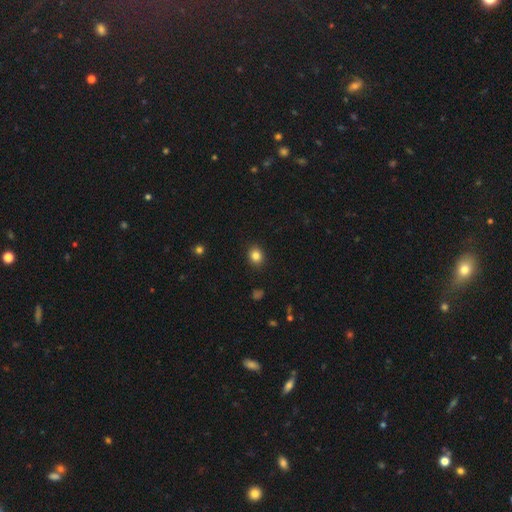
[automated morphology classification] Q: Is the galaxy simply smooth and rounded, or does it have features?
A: smooth — 84%.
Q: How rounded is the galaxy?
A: round — 75%.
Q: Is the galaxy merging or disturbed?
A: none — 91%.